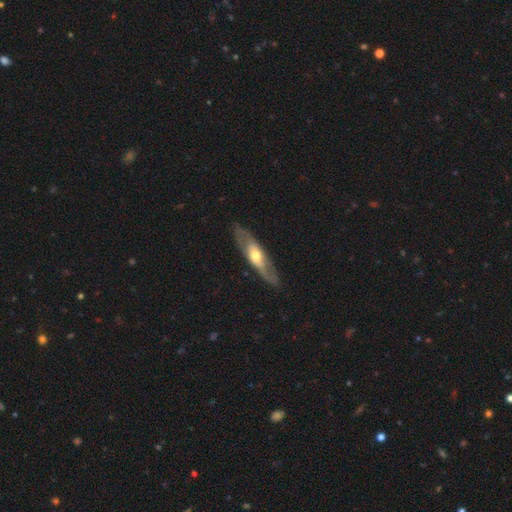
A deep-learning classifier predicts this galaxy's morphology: This is likely a featured or disk galaxy (65%). It is likely not viewed edge-on (60%). Merging: clearly none (84%).